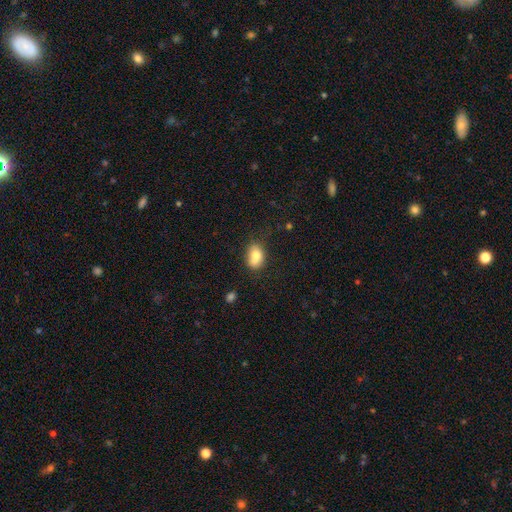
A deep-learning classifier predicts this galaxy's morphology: smooth 80%, featured or disk 12%, star or artifact 9%. Down the decision tree: how rounded — in between (78%); merging — none (64%).